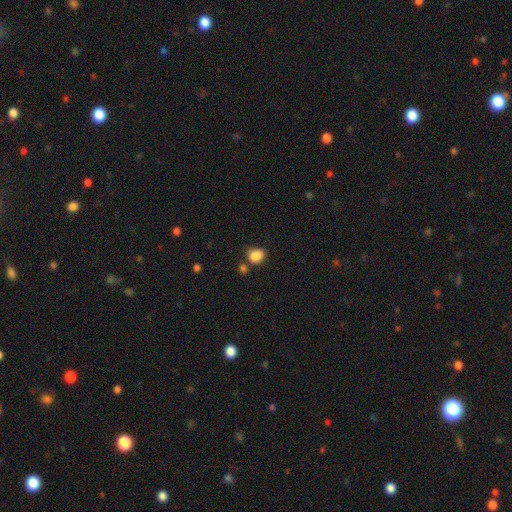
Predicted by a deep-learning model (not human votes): A smooth galaxy with no disk features (86%) that is round (54%).

Vote fractions:
- Smooth or featured? smooth: 86% / star or artifact: 10% / featured or disk: 4%
- How rounded? round: 54% / in between: 45% / cigar-shaped: 1%
- Merging? none: 60% / minor disturbance: 18% / merger: 16% / major disturbance: 6%